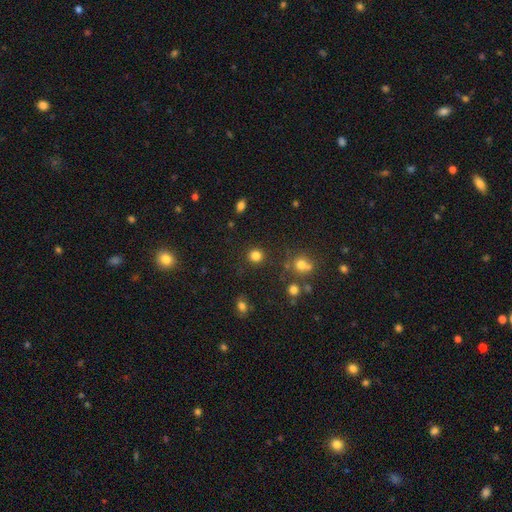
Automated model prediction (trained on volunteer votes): smooth 82%, star or artifact 14%, featured or disk 4%. Down the decision tree: how rounded — round (90%); merging — none (88%).